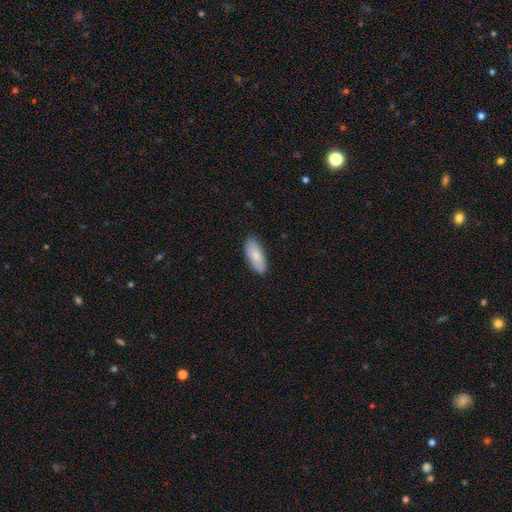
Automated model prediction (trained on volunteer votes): Smooth or featured? Predicted: smooth (p=0.81). How rounded? Predicted: in between (p=0.83). Merging? Predicted: none (p=0.86).